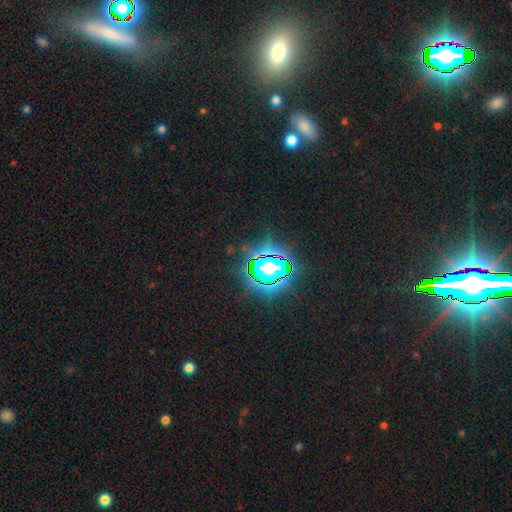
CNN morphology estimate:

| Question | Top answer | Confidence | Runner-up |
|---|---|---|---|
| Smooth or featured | star or artifact | 81% | smooth (10%) |